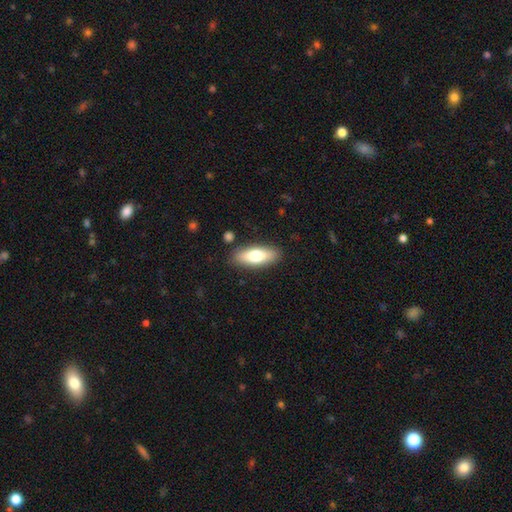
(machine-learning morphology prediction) Overall: smooth (71%). How rounded: in between (69%). Merging: none (86%).